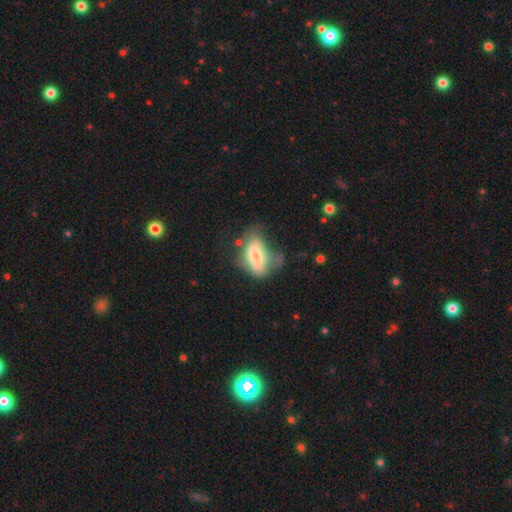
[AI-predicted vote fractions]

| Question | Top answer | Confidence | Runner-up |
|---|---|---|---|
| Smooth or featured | smooth | 63% | featured or disk (28%) |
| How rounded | in between | 86% | cigar-shaped (8%) |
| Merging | major disturbance | 30% | tied: minor disturbance (30%) |